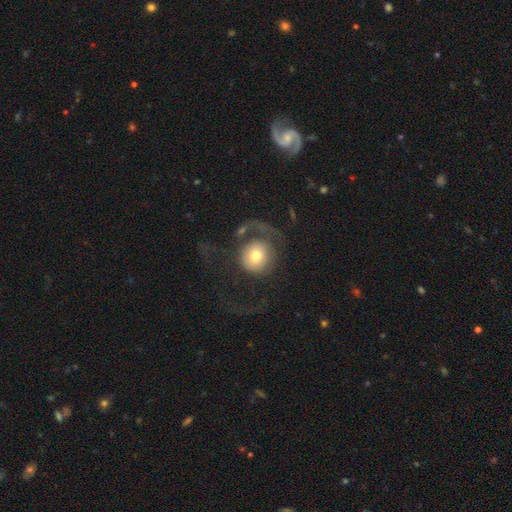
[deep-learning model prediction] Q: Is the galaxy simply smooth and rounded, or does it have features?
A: smooth — 63%.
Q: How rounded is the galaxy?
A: round — 92%.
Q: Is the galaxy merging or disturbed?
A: major disturbance — 53%.